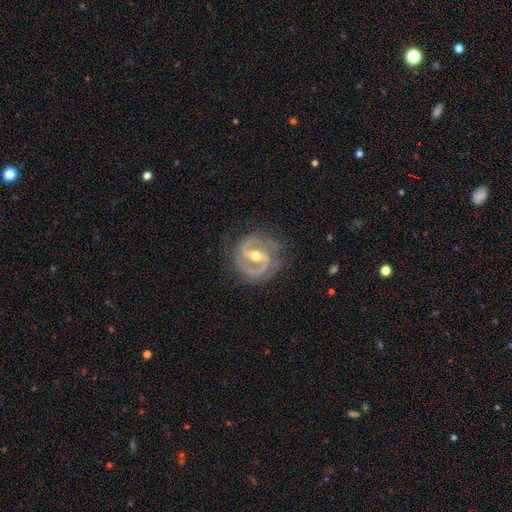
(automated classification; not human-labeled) A featured or disk galaxy (92%) with a strong bar (54%), 2 (88%) medium (47%) spiral arms (97%) and a moderate central bulge (63%). Merging: none (80%).